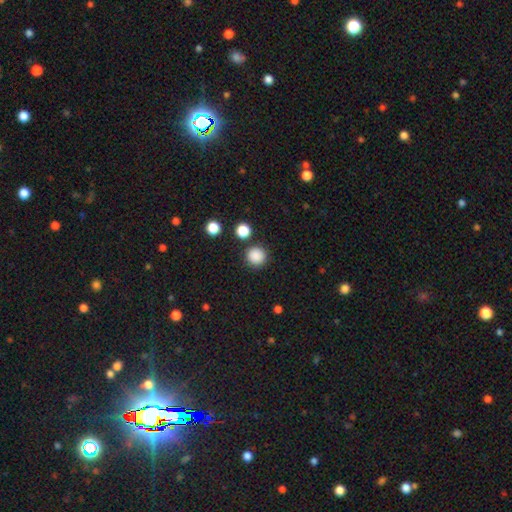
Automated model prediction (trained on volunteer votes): Q: Smooth or featured?
A: smooth (86%); runner-up: star or artifact (11%)
Q: How rounded?
A: round (95%); runner-up: in between (4%)
Q: Merging?
A: none (88%); runner-up: minor disturbance (6%)